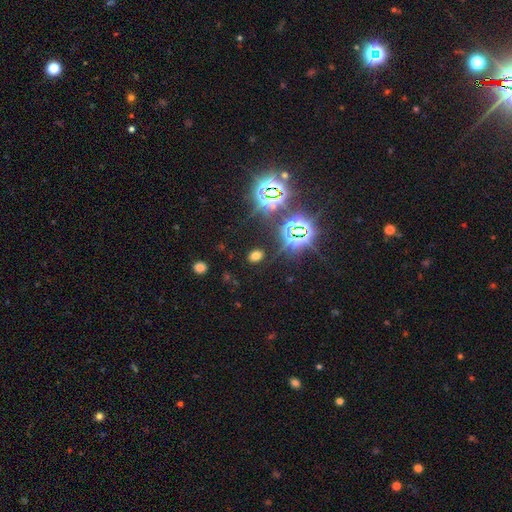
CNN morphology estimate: Smooth or featured? smooth (52%)
How rounded? in between (69%)
Merging? none (85%)